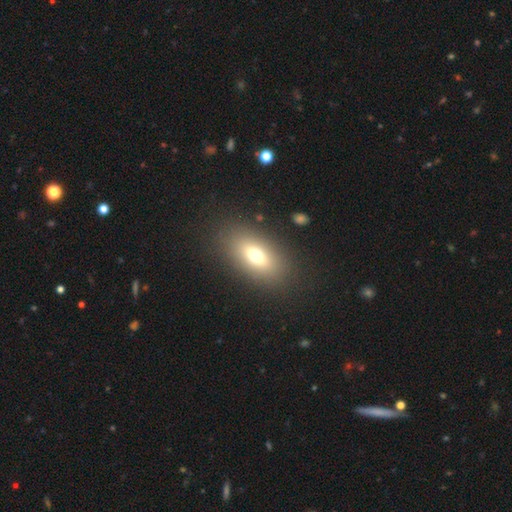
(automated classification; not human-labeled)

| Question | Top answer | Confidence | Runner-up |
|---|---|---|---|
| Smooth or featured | smooth | 69% | featured or disk (19%) |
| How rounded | in between | 84% | round (9%) |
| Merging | none | 85% | minor disturbance (9%) |